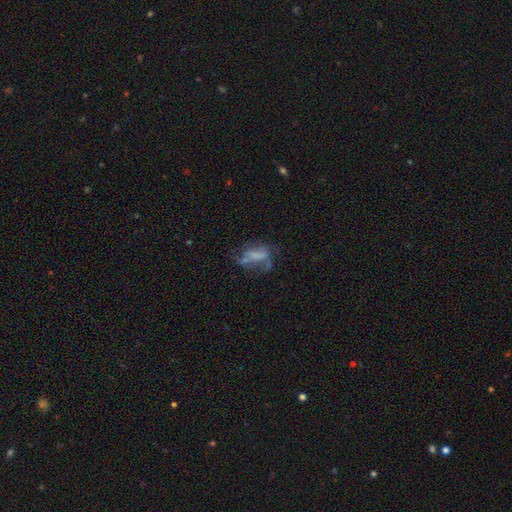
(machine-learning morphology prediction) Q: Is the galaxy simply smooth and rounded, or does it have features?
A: featured or disk — 48%.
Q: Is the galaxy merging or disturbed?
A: none — 35%, tied with major disturbance.